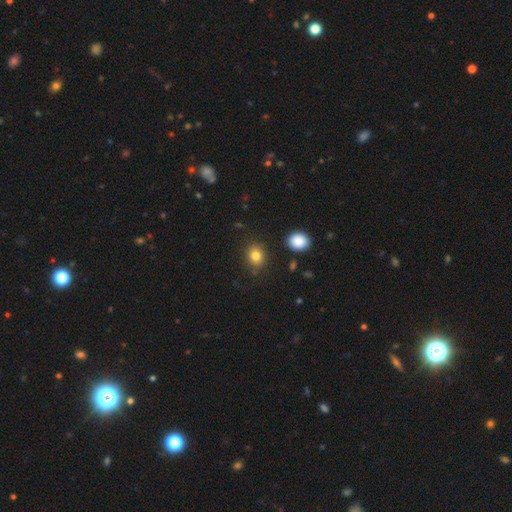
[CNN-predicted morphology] Smooth or featured: smooth — 83% (star or artifact — 11%)
How rounded: round — 69% (in between — 30%)
Merging: none — 85% (minor disturbance — 9%)